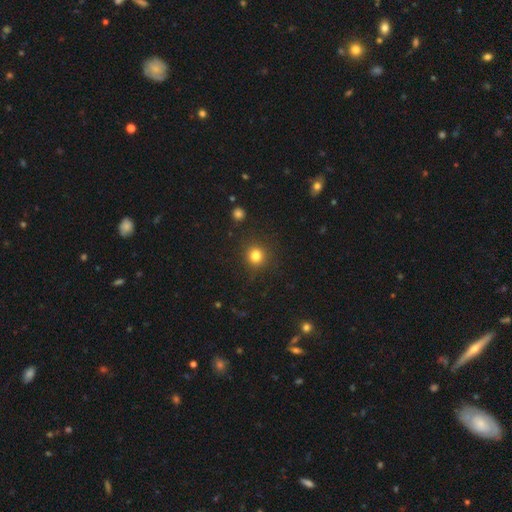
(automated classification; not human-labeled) smooth_or_featured: smooth (p=0.81) [alt: star or artifact p=0.14]
how_rounded: round (p=0.88) [alt: in between p=0.11]
merging: none (p=0.88) [alt: minor disturbance p=0.08]